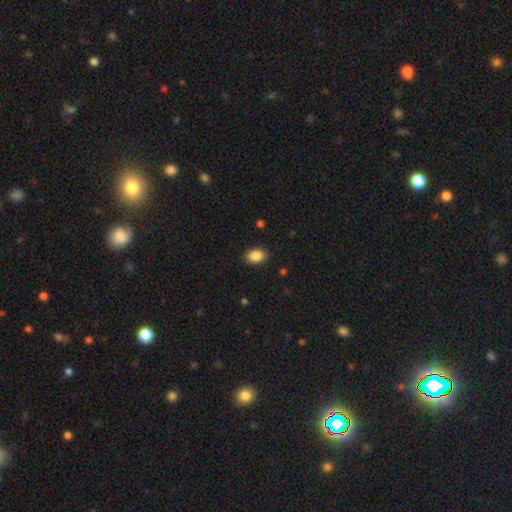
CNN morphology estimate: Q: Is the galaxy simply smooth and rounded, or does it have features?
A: smooth — 89%.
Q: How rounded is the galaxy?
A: in between — 85%.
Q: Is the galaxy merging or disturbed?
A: none — 88%.